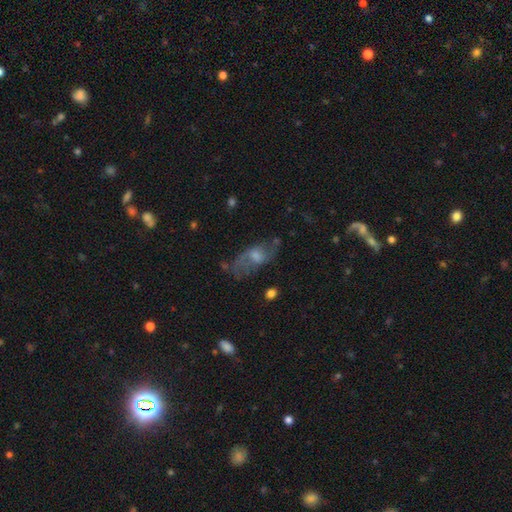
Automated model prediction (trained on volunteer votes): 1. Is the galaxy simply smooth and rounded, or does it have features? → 55% featured or disk, 32% smooth, 13% star or artifact.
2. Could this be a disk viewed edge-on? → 84% no, 16% yes.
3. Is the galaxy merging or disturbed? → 57% none, 22% minor disturbance, 17% major disturbance, 3% merger.